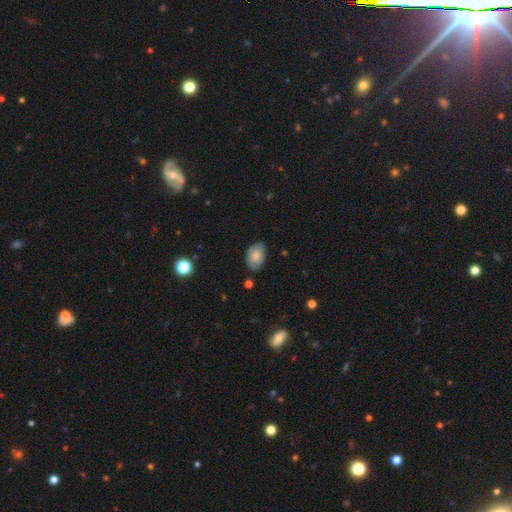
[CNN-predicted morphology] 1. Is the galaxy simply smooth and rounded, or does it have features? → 81% smooth, 11% featured or disk, 7% star or artifact.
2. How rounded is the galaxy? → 88% in between, 11% round, 1% cigar-shaped.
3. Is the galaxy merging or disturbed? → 82% none, 14% minor disturbance, 2% major disturbance, 2% merger.